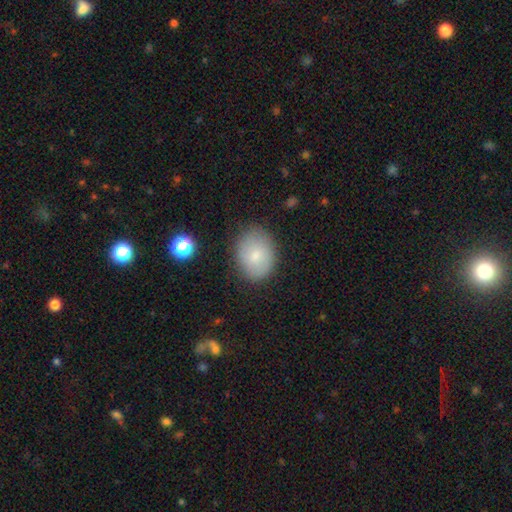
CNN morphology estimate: The model was most divided on "how rounded": in between: 65%, round: 35%, cigar-shaped: 1%. More confident: merging — none (81%); smooth or featured — smooth (74%).